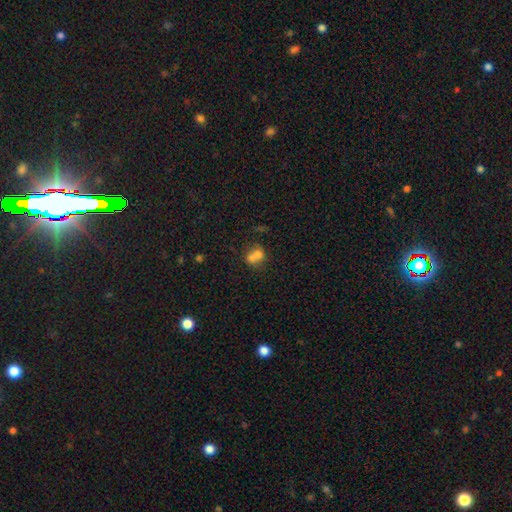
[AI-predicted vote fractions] Smooth or featured: smooth — 69% (featured or disk — 19%)
How rounded: round — 60% (in between — 39%)
Merging: merger — 63% (none — 25%)